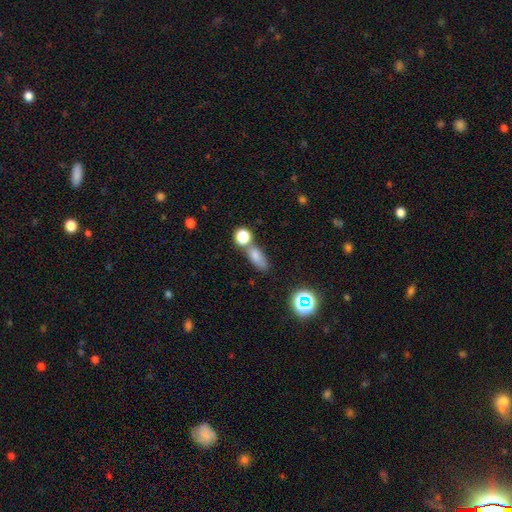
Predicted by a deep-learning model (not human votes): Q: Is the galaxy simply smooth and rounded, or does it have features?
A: smooth — 73%.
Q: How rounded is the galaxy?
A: in between — 67%.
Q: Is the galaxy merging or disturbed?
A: none — 51%.